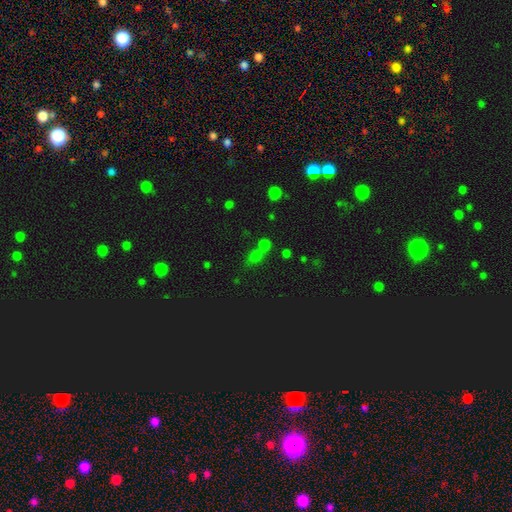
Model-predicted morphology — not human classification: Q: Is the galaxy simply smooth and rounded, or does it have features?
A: smooth — 57%.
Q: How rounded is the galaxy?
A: round — 59%.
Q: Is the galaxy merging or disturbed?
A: none — 47%.